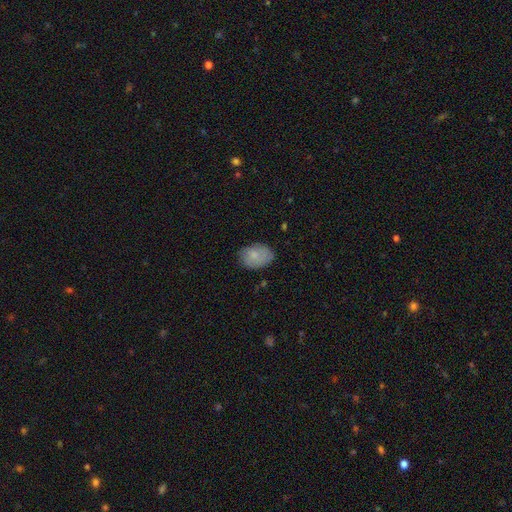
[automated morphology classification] smooth-or-featured: smooth: 79% | featured or disk: 15% | star or artifact: 6%
  how-rounded: in between: 81% | round: 18% | cigar-shaped: 1%
  merging: none: 76% | minor disturbance: 19% | major disturbance: 4% | merger: 1%